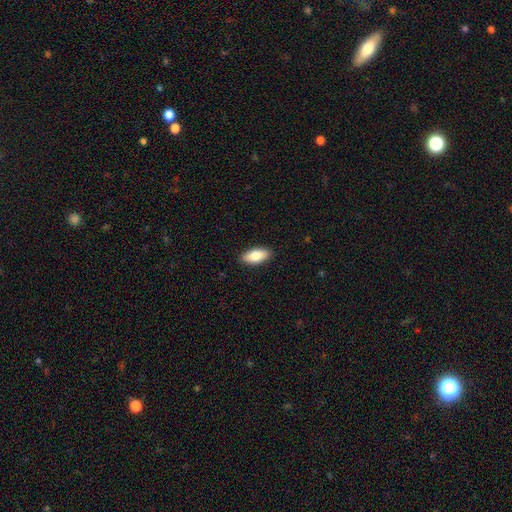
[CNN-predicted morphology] A smooth galaxy with no disk features (81%) that is in between round and cigar-shaped (85%).

Vote fractions:
- Smooth or featured? smooth: 81% / featured or disk: 13% / star or artifact: 6%
- How rounded? in between: 85% / cigar-shaped: 13% / round: 2%
- Merging? none: 90% / minor disturbance: 8% / major disturbance: 2% / merger: 1%